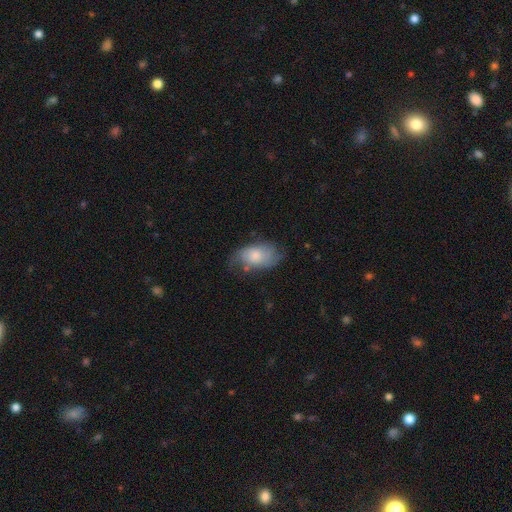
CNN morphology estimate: type=smooth (63%); roundness=in between (91%); merging=none (51%).